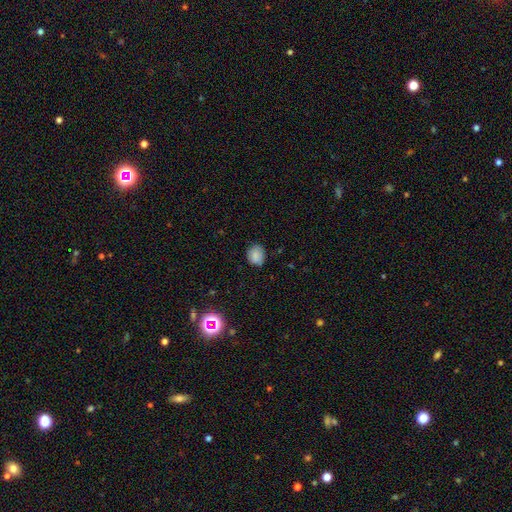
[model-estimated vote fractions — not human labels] Q: Smooth or featured?
A: smooth (84%); runner-up: star or artifact (10%)
Q: How rounded?
A: round (72%); runner-up: in between (28%)
Q: Merging?
A: none (79%); runner-up: minor disturbance (17%)